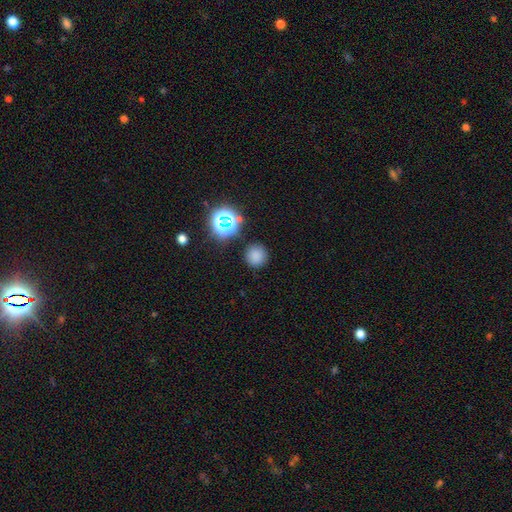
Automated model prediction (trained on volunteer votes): A smooth galaxy with no disk features (75%) that is round (92%). Merging: none (86%).